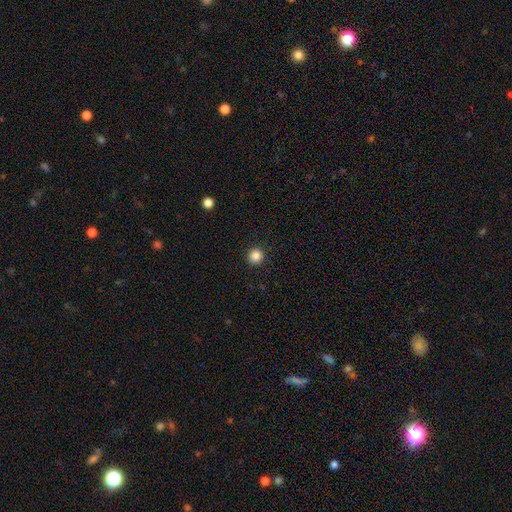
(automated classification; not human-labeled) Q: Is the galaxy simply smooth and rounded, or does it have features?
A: smooth — 85%.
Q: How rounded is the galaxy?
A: round — 95%.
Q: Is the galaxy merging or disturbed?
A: none — 93%.